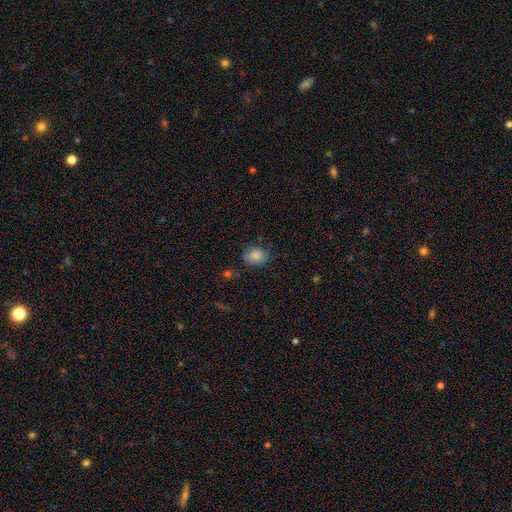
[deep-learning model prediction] smooth 85%, star or artifact 9%, featured or disk 7%. Down the decision tree: how rounded — in between (53%); merging — none (72%).